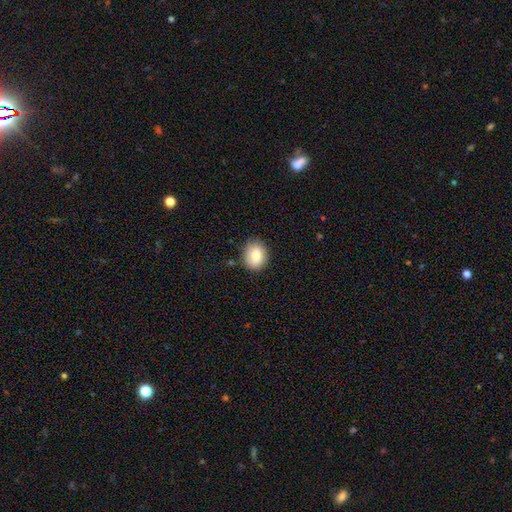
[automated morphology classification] Q: Smooth or featured?
A: smooth (78%); runner-up: featured or disk (14%)
Q: How rounded?
A: round (50%); runner-up: in between (49%)
Q: Merging?
A: none (83%); runner-up: minor disturbance (13%)